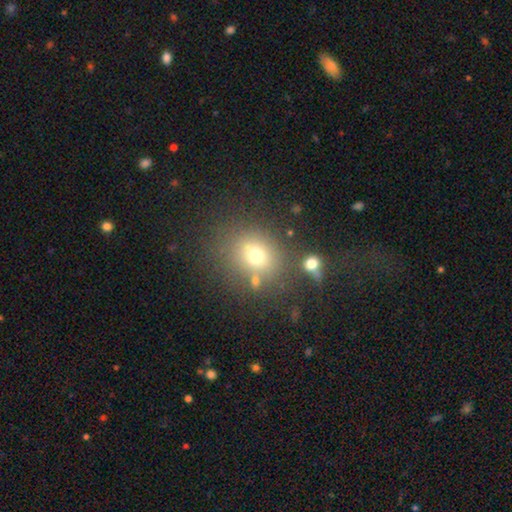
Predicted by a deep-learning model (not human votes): A smooth galaxy with no disk features (70%) that is round (67%).

Vote fractions:
- Smooth or featured? smooth: 70% / star or artifact: 17% / featured or disk: 13%
- How rounded? round: 67% / in between: 31% / cigar-shaped: 1%
- Merging? none: 71% / minor disturbance: 13% / merger: 10% / major disturbance: 6%